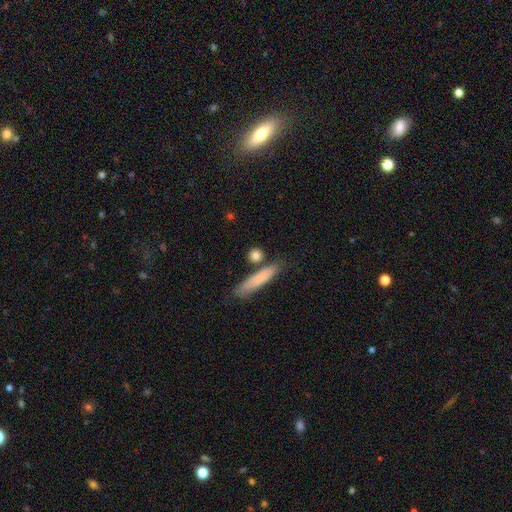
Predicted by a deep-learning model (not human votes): This appears to be a smooth galaxy with no disk features (81%) that is round (58%). Merging: none (76%).